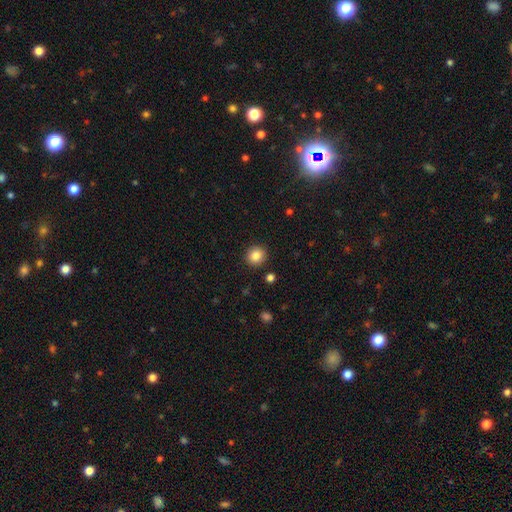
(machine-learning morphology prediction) smooth-or-featured: smooth: 85% | star or artifact: 10% | featured or disk: 5%
  how-rounded: round: 91% | in between: 8% | cigar-shaped: 1%
  merging: none: 91% | minor disturbance: 6% | major disturbance: 2% | merger: 2%